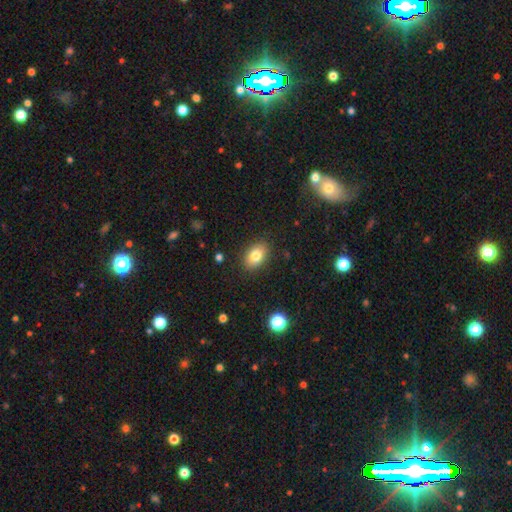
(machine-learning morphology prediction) Q: Smooth or featured?
A: smooth (81%); runner-up: featured or disk (10%)
Q: How rounded?
A: in between (84%); runner-up: round (15%)
Q: Merging?
A: none (87%); runner-up: minor disturbance (9%)